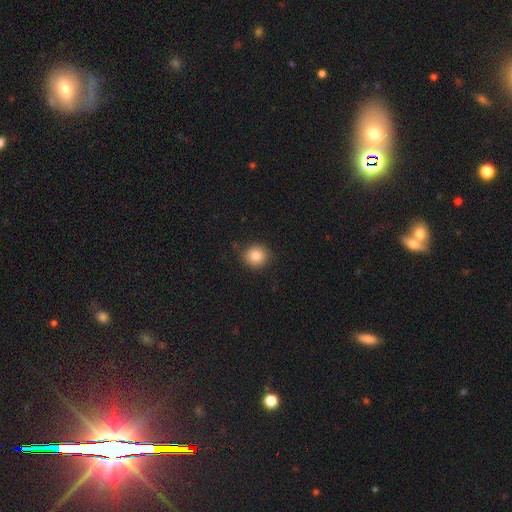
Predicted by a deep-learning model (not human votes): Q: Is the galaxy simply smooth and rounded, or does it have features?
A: smooth — 84%.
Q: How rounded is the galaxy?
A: round — 88%.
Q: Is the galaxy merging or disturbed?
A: none — 87%.